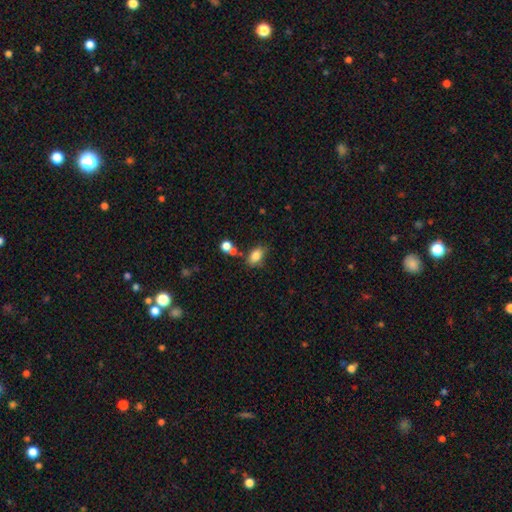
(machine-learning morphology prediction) type=smooth (82%); roundness=in between (85%); merging=none (64%).